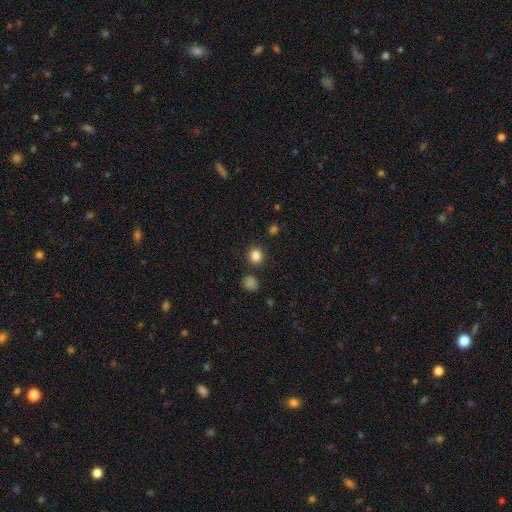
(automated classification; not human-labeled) smooth_or_featured: smooth (p=0.84) [alt: star or artifact p=0.12]
how_rounded: round (p=0.89) [alt: in between p=0.10]
merging: none (p=0.85) [alt: minor disturbance p=0.07]